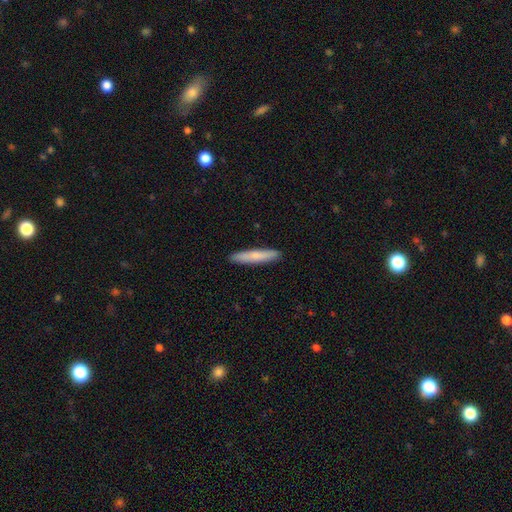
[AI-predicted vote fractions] This appears to be a smooth galaxy with no disk features (75%) that is cigar-shaped (93%). Merging: none (91%).